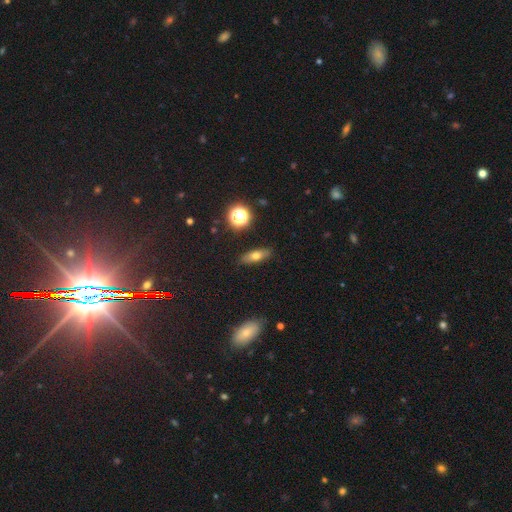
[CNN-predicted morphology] Overall: smooth (63%; featured or disk 24%). How rounded: in between (58%; cigar-shaped 34%). Merging: none (87%).